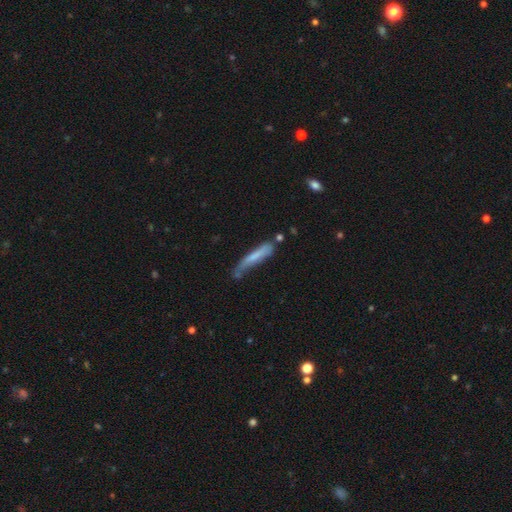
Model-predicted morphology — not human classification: smooth-or-featured: smooth: 64% | featured or disk: 29% | star or artifact: 7%
  how-rounded: cigar-shaped: 91% | in between: 8% | round: 1%
  merging: none: 47% | minor disturbance: 30% | major disturbance: 12% | merger: 10%